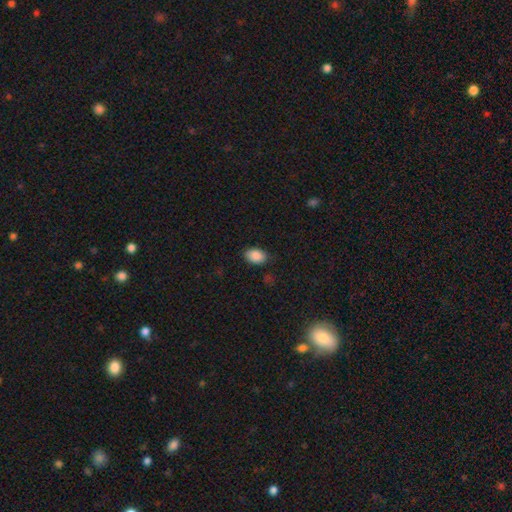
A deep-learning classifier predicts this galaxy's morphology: This appears to be a smooth galaxy with no disk features (88%) that is in between round and cigar-shaped (87%). Merging: none (83%).